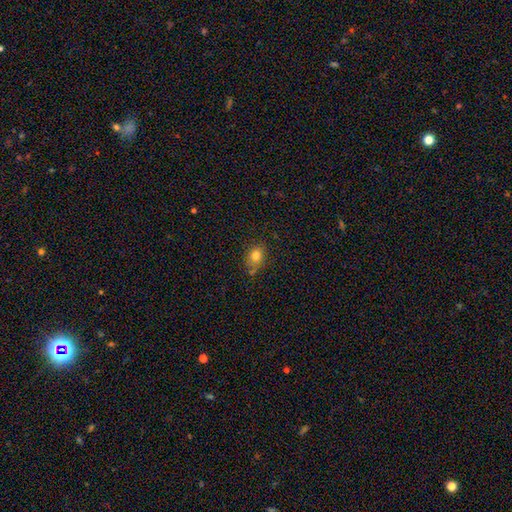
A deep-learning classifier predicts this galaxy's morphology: This is likely a smooth galaxy (80%). How rounded: possibly in between (57%). Merging: likely none (70%).